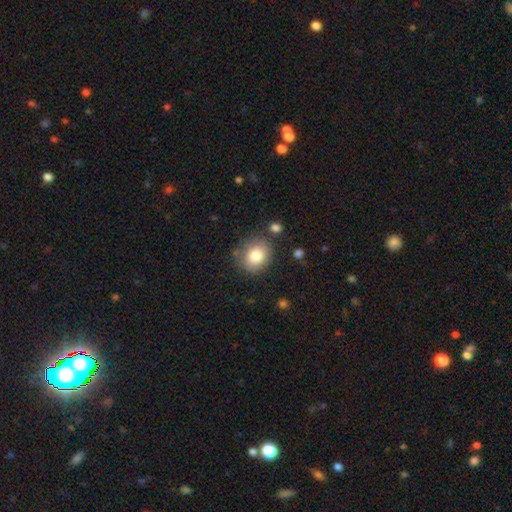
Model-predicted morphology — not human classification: This is clearly a smooth galaxy (81%). How rounded: likely round (69%). Merging: likely none (78%).